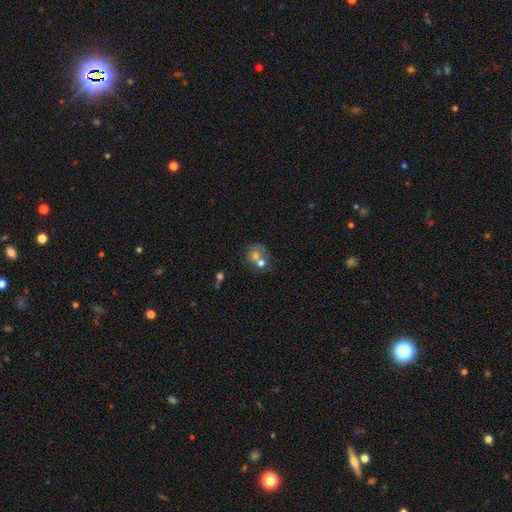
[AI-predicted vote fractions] Smooth or featured: smooth — 57% (featured or disk — 30%)
How rounded: round — 69% (in between — 30%)
Merging: merger — 54% (none — 28%)